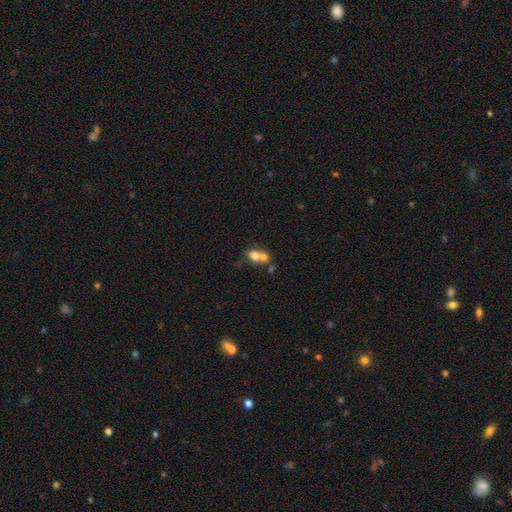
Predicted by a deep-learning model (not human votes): Smooth or featured? Predicted: smooth (p=0.69). How rounded? Predicted: round (p=0.54). Merging? Predicted: merger (p=0.65).